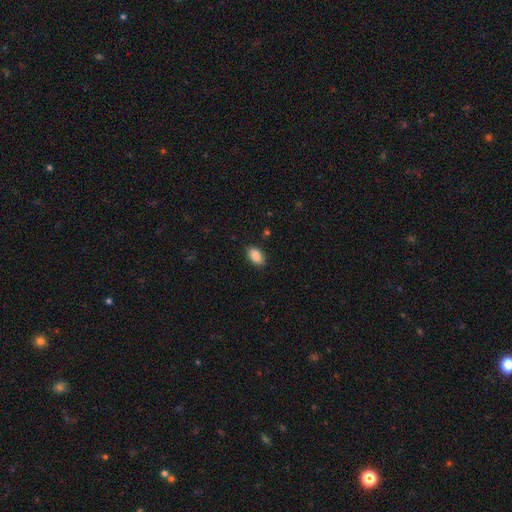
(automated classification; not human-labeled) Smooth or featured? Predicted: smooth (p=0.88). How rounded? Predicted: in between (p=0.92). Merging? Predicted: none (p=0.88).